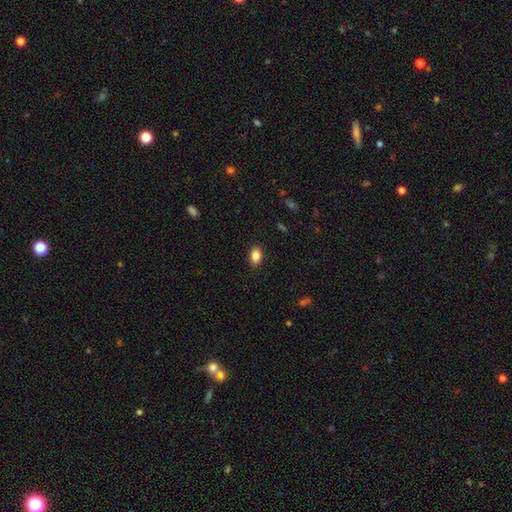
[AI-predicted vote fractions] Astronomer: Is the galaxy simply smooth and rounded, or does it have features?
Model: smooth — 86%.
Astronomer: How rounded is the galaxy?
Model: in between — 82%.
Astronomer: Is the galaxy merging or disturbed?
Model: none — 89%.